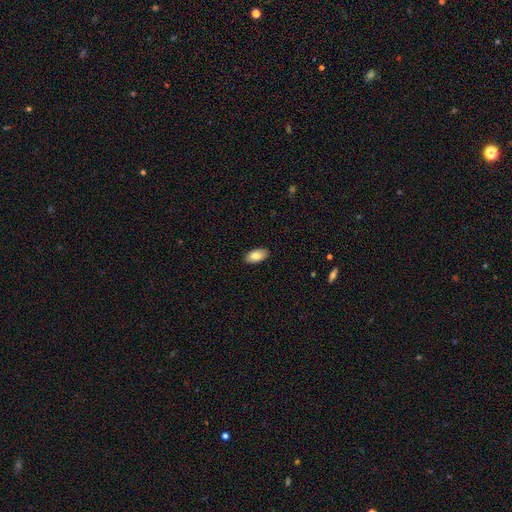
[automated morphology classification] Smooth or featured? Predicted: smooth (p=0.82). How rounded? Predicted: in between (p=0.94). Merging? Predicted: none (p=0.89).